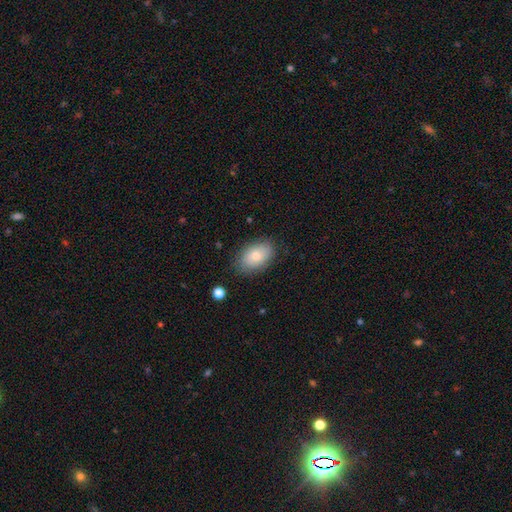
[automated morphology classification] smooth-or-featured: smooth: 76% | featured or disk: 16% | star or artifact: 8%
  how-rounded: in between: 89% | round: 10% | cigar-shaped: 1%
  merging: none: 82% | minor disturbance: 14% | major disturbance: 3% | merger: 1%